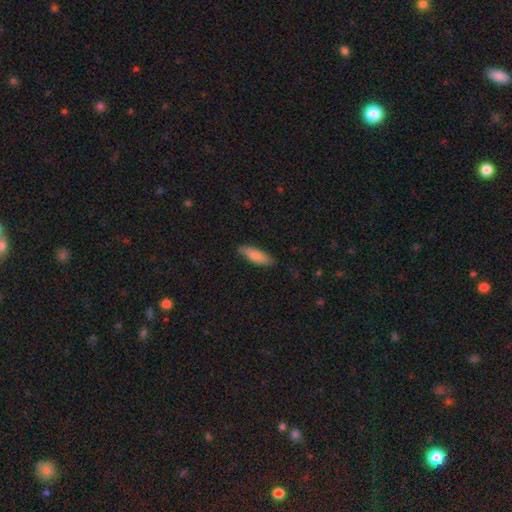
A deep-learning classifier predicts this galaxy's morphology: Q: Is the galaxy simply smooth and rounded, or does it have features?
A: smooth — 86%.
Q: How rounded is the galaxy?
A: in between — 51%.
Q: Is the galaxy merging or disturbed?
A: none — 85%.